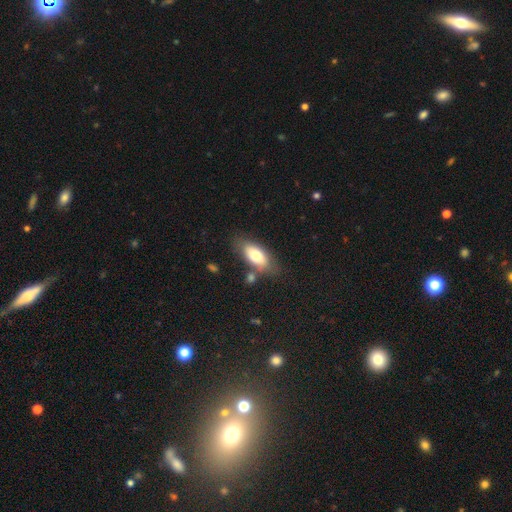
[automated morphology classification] The model was most divided on "smooth or featured": smooth: 71%, featured or disk: 22%, star or artifact: 7%. More confident: how rounded — in between (85%); merging — none (68%).